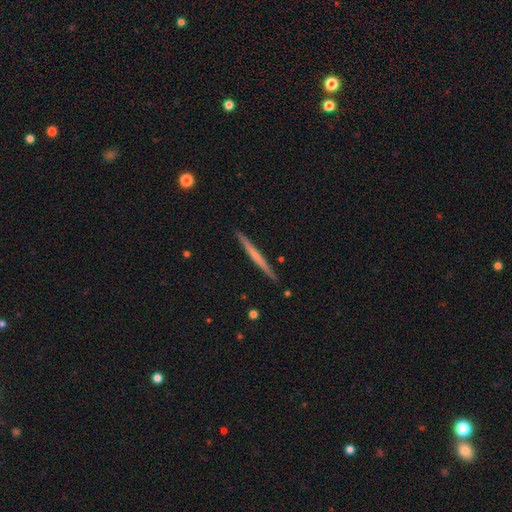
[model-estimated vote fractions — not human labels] Overall: featured or disk (55%; smooth 39%). Edge-on disk: yes (98%). Edge-on bulge: none (76%). Merging: none (92%).